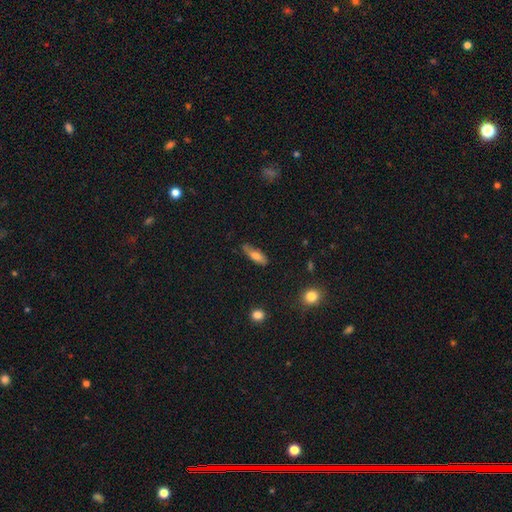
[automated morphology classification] Smooth or featured? Predicted: smooth (p=0.70). How rounded? Predicted: cigar-shaped (p=0.52). Merging? Predicted: none (p=0.73).